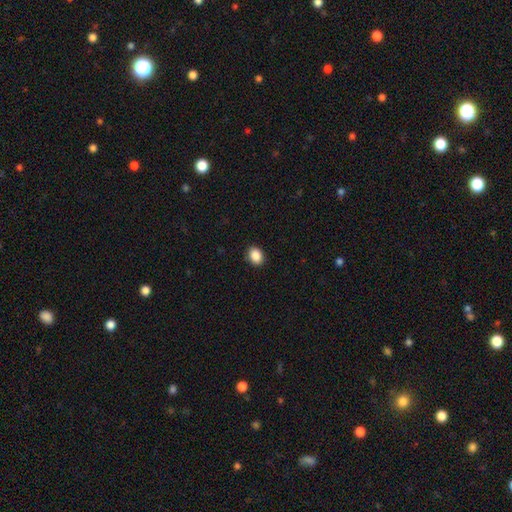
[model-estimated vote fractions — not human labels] A smooth galaxy with no disk features (89%) that is in between round and cigar-shaped (63%). Merging: none (90%).